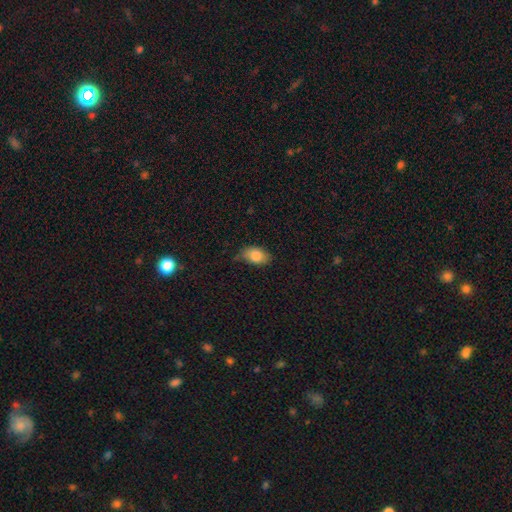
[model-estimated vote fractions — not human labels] This is clearly a smooth galaxy (83%). How rounded: clearly in between (88%). Merging: likely none (68%).